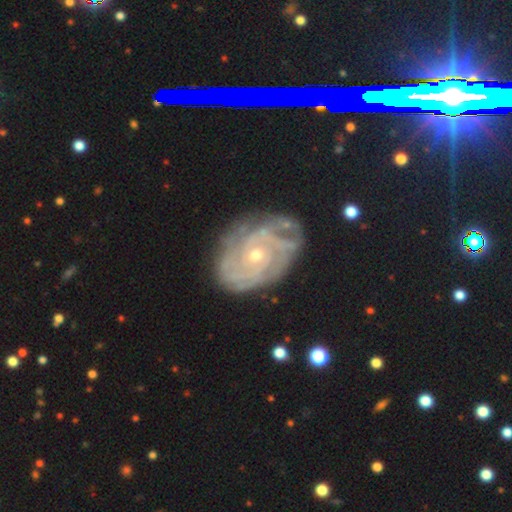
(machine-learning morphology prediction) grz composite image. It shows a featured or disk galaxy (86%) with no bar (77%), tight (72%) spiral arms (95%) and a small central bulge (58%). Merging: none (71%).